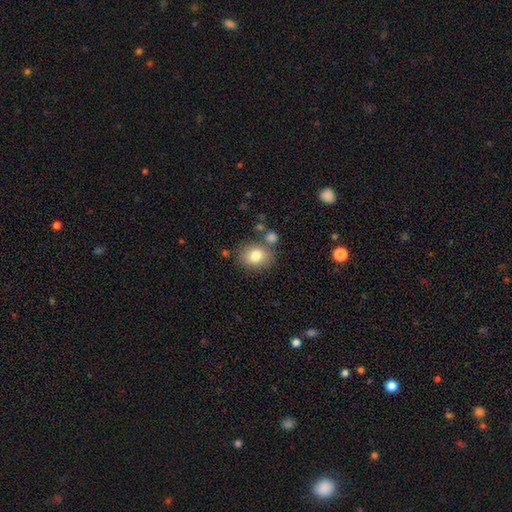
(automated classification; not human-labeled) smooth_or_featured: smooth (p=0.79) [alt: featured or disk p=0.11]
how_rounded: round (p=0.55) [alt: in between p=0.44]
merging: none (p=0.72) [alt: minor disturbance p=0.13]